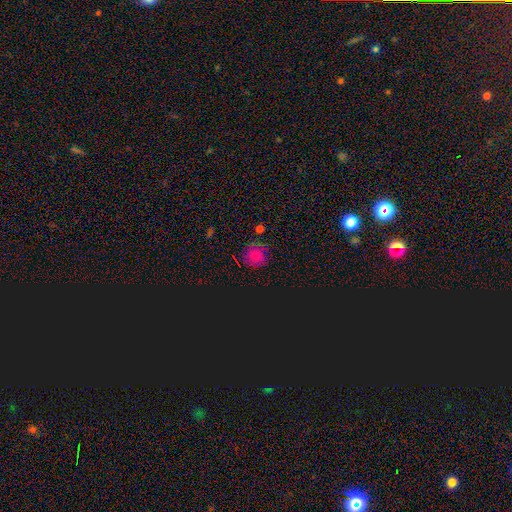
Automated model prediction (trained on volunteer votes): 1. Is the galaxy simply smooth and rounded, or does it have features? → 61% smooth, 31% star or artifact, 8% featured or disk.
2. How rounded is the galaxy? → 90% round, 9% in between, 1% cigar-shaped.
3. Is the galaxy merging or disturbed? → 80% none, 14% minor disturbance, 4% major disturbance, 2% merger.